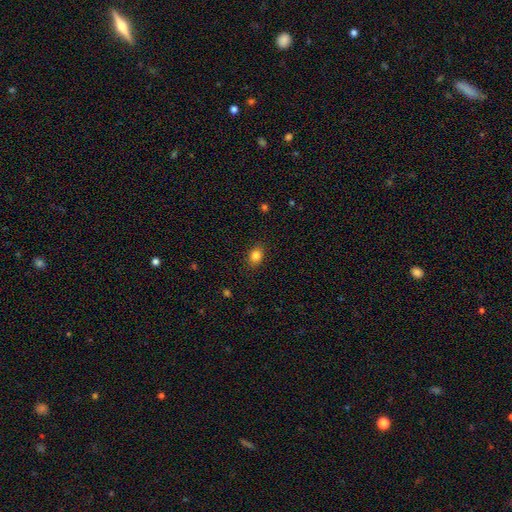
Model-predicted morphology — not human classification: This is clearly a smooth galaxy (84%). How rounded: possibly in between (58%). Merging: clearly none (88%).